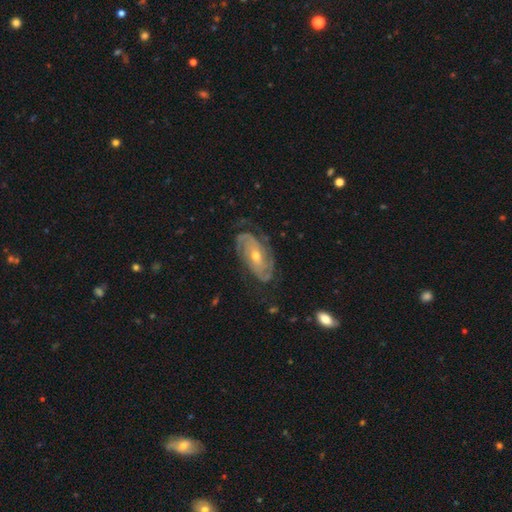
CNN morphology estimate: type=featured or disk (89%); edge-on=no (95%); bar=no (62%); spiral arms=yes (97%); winding=tight (66%); arm count=2 (57%); bulge=moderate (53%); merging=none (76%).